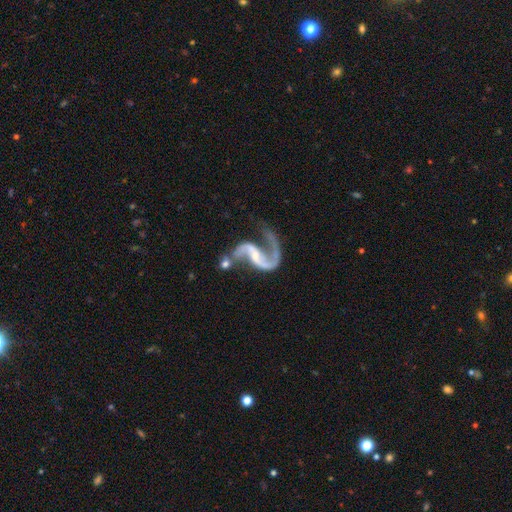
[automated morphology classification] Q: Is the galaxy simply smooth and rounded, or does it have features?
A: featured or disk — 92%.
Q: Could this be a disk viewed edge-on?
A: no — 98%.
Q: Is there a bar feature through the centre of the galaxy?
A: weak — 43%.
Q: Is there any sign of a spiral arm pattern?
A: yes — 97%.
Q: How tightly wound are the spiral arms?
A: loose — 69%.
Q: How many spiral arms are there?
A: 2 — 89%.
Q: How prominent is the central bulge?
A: small — 58%.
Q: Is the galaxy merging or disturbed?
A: none — 41%.